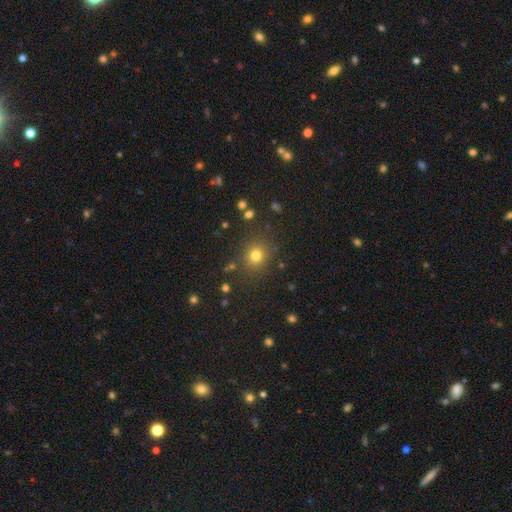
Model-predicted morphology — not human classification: smooth 76%, star or artifact 17%, featured or disk 7%. Down the decision tree: how rounded — round (83%); merging — none (84%).